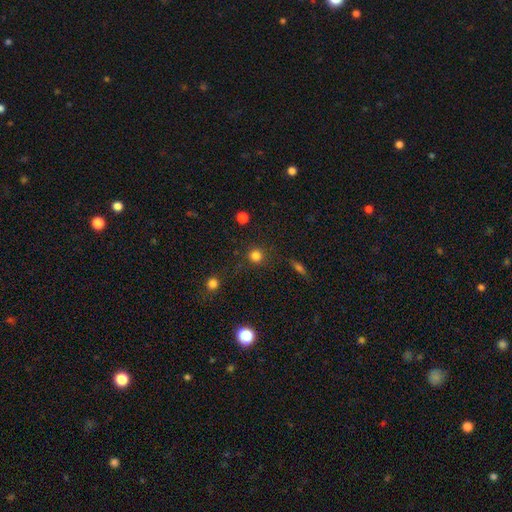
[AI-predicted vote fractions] The model was most divided on "smooth or featured": smooth: 82%, star or artifact: 14%, featured or disk: 4%. More confident: how rounded — round (94%); merging — none (84%).